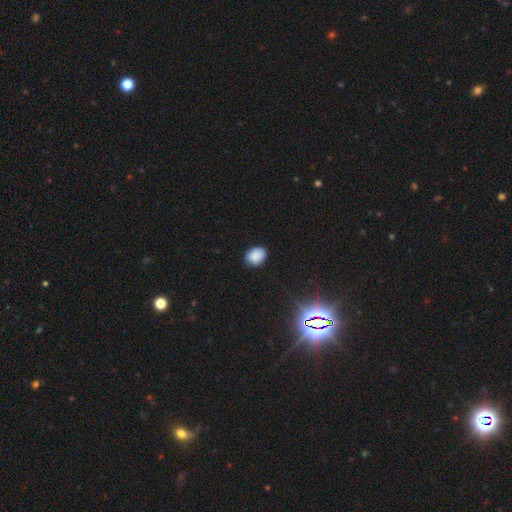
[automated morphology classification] type=smooth (85%); roundness=in between (60%); merging=none (84%).